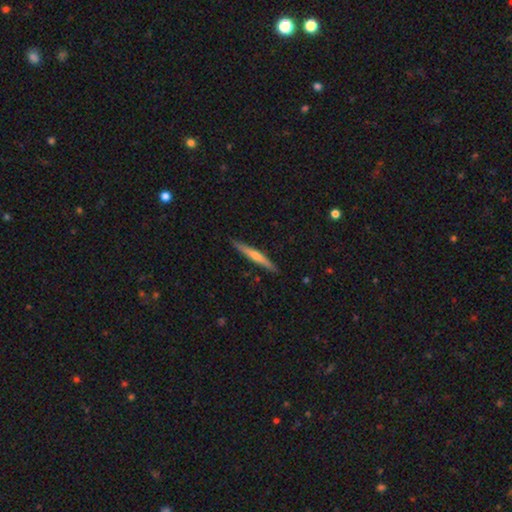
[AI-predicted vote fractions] This is possibly a featured or disk galaxy (56%). It is clearly viewed edge-on (97%). Edge-on bulge: likely rounded (73%). Merging: clearly none (90%).